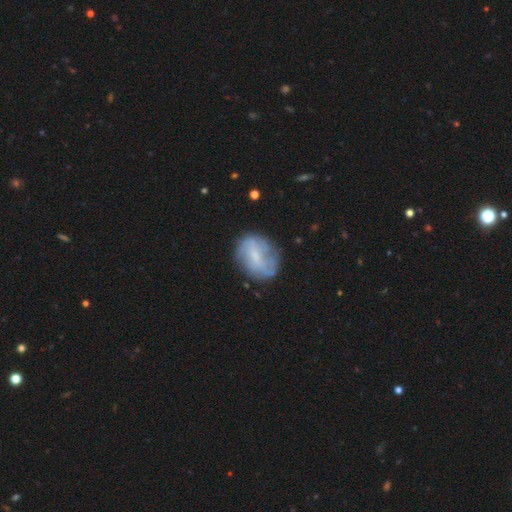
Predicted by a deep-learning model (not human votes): This appears to be a featured or disk galaxy (54%) with a weak bar (49%), spiral arms (62%) and a small central bulge (46%). Merging: none (67%).